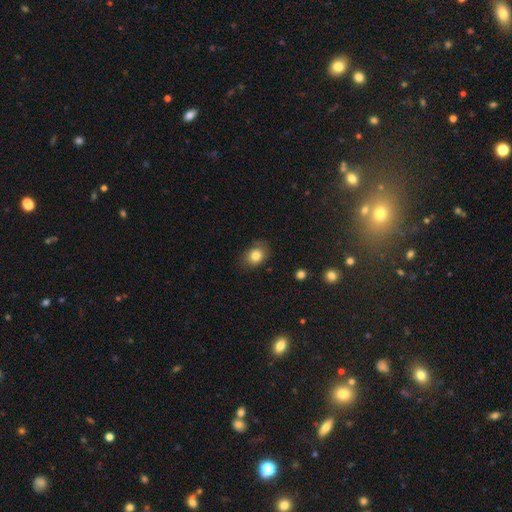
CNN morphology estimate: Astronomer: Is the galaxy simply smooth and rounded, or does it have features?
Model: smooth — 82%.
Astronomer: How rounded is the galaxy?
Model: in between — 59% (runner-up: round, 40%).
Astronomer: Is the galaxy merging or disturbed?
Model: none — 76%.